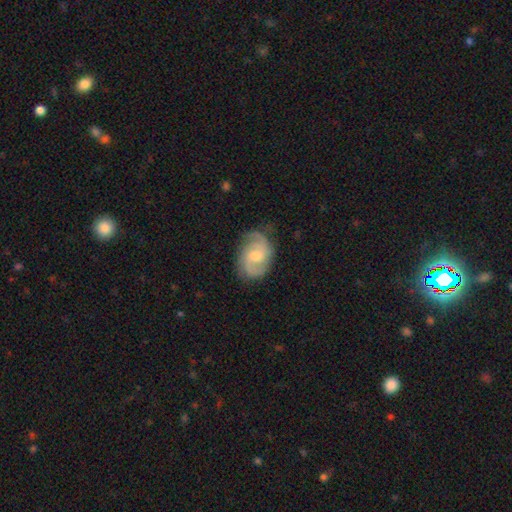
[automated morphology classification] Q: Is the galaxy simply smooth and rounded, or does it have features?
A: featured or disk — 84%.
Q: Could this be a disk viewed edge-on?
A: no — 97%.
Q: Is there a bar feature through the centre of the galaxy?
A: no — 50%.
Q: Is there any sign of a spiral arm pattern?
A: yes — 97%.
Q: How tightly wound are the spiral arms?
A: medium — 49%.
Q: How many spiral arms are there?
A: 2 — 70%.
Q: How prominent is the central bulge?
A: moderate — 59%.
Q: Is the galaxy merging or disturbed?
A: none — 77%.